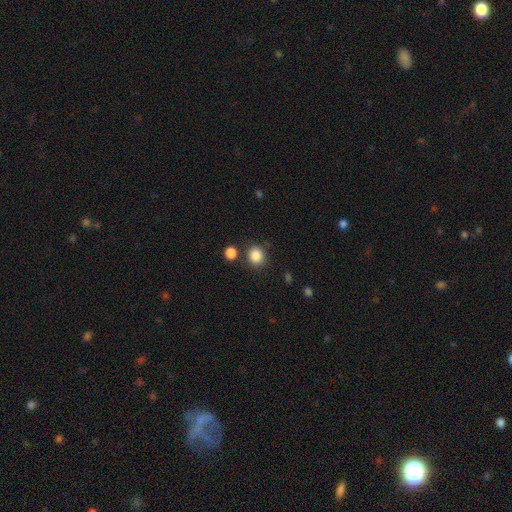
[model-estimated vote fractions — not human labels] A smooth galaxy with no disk features (86%) that is round (82%). Merging: none (81%).